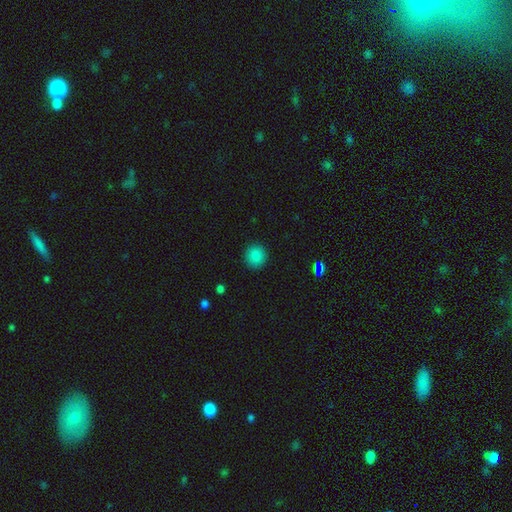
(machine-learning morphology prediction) type=smooth (84%); roundness=round (91%); merging=none (91%).